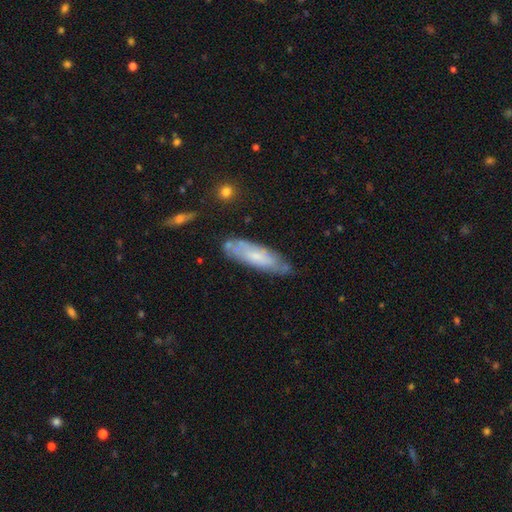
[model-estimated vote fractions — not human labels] The model was most divided on "smooth or featured": smooth: 47%, featured or disk: 46%, star or artifact: 7%. More confident: merging — none (67%).